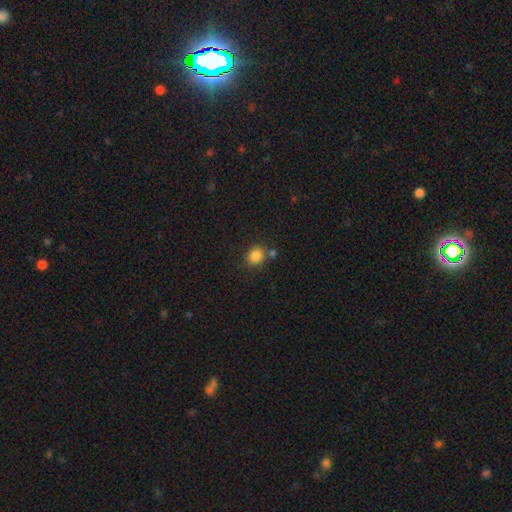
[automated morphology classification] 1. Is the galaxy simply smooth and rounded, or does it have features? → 85% smooth, 11% star or artifact, 4% featured or disk.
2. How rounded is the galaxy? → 81% round, 18% in between, 1% cigar-shaped.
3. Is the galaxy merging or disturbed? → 72% none, 14% merger, 11% minor disturbance, 4% major disturbance.